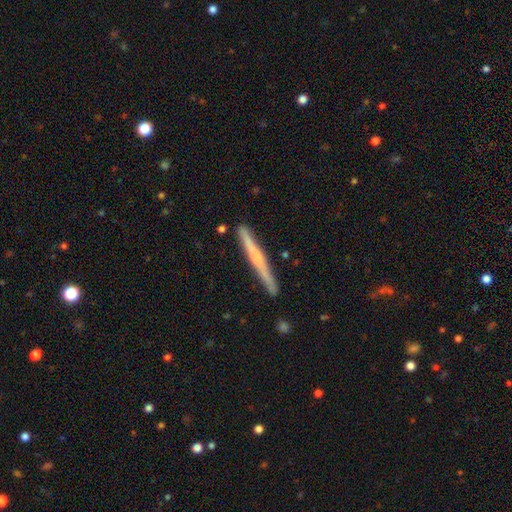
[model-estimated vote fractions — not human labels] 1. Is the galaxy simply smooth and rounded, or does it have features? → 54% featured or disk, 41% smooth, 6% star or artifact.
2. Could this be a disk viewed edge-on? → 98% yes, 2% no.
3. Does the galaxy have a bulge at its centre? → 52% none, 37% rounded, 11% boxy.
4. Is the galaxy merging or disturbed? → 89% none, 8% minor disturbance, 1% merger, 1% major disturbance.